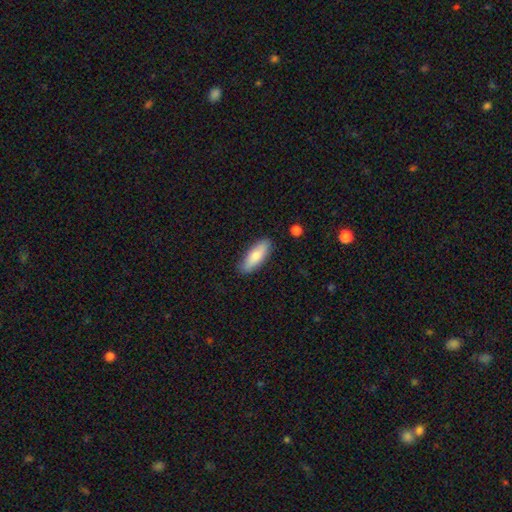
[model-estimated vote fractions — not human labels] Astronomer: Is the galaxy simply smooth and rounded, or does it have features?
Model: smooth — 77%.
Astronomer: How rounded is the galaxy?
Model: in between — 61% (runner-up: cigar-shaped, 37%).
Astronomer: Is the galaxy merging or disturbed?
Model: none — 86%.